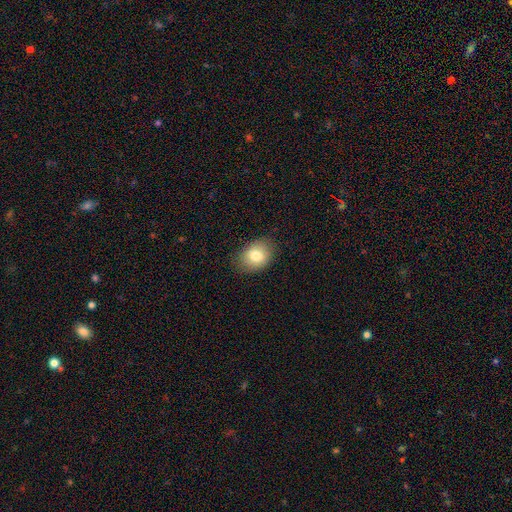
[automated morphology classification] smooth 80%, featured or disk 12%, star or artifact 9%. Down the decision tree: how rounded — in between (62%); merging — none (83%).